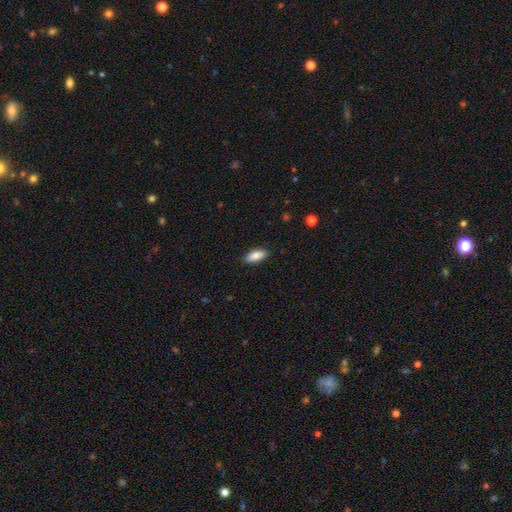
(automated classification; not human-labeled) Smooth or featured? smooth (88%)
How rounded? in between (83%)
Merging? none (87%)